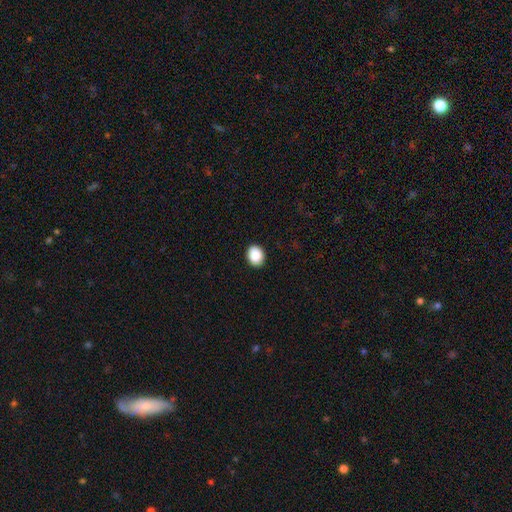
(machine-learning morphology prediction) A smooth galaxy with no disk features (88%) that is in between round and cigar-shaped (54%). Merging: none (91%).